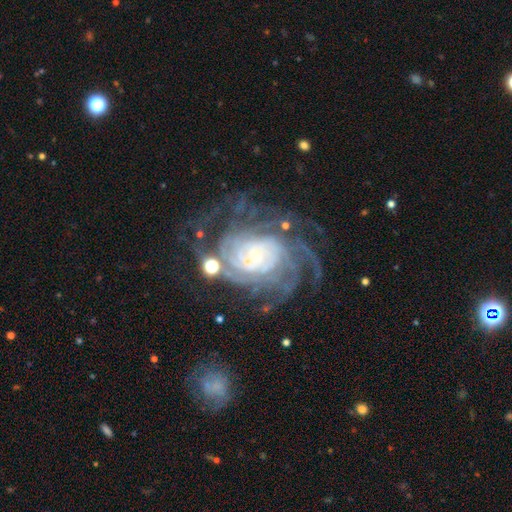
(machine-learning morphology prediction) Smooth or featured? featured or disk (88%)
Edge-on disk? no (97%)
Bar? no (73%)
Spiral arms? yes (97%)
Spiral winding? tight (70%)
Spiral arm count? more than 4 (29%)
Bulge size? small (79%)
Merging? none (61%)